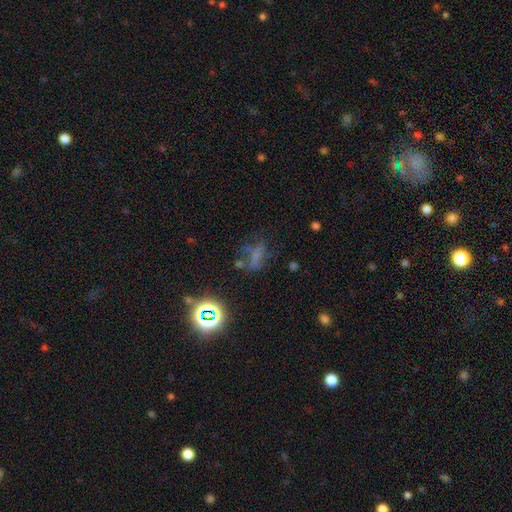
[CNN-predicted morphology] Smooth or featured? Predicted: smooth (p=0.43). Merging? Predicted: none (p=0.47).